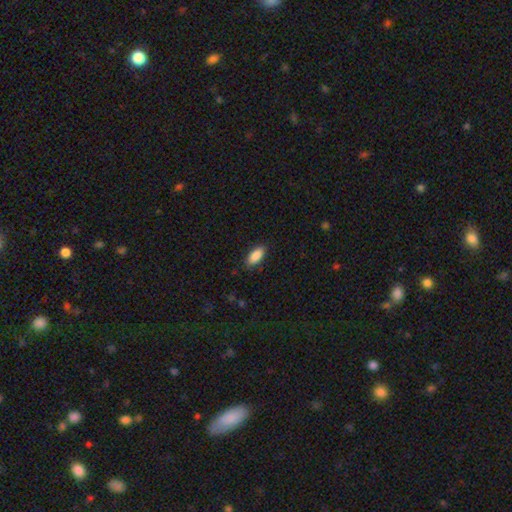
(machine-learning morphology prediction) A smooth galaxy with no disk features (89%) that is in between round and cigar-shaped (86%).

Vote fractions:
- Smooth or featured? smooth: 89% / star or artifact: 7% / featured or disk: 4%
- How rounded? in between: 86% / cigar-shaped: 12% / round: 2%
- Merging? none: 85% / minor disturbance: 12% / major disturbance: 2% / merger: 1%